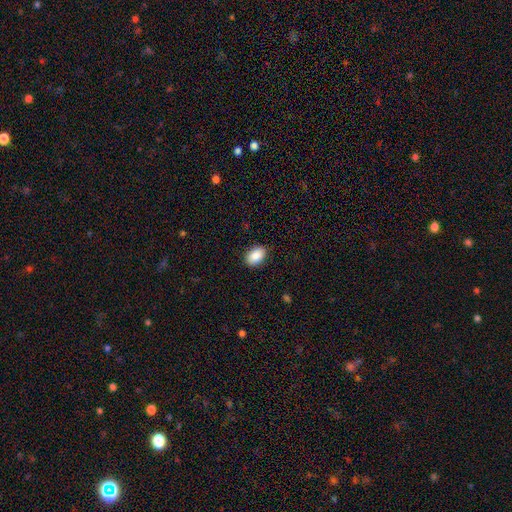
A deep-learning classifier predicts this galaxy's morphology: Smooth or featured? smooth (89%)
How rounded? in between (89%)
Merging? none (89%)